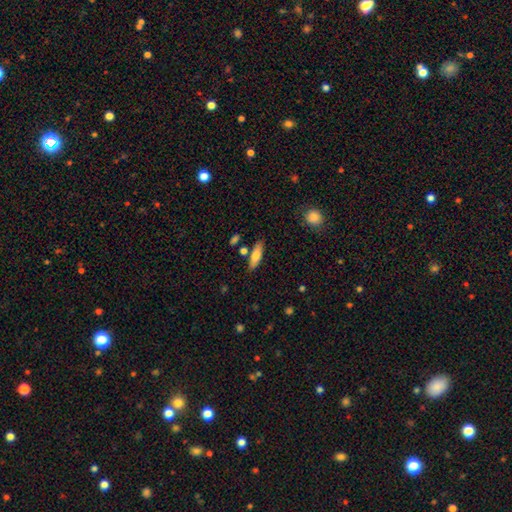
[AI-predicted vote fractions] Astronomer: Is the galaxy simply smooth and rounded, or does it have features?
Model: smooth — 74%.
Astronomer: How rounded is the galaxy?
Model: in between — 49% (runner-up: cigar-shaped, 48%).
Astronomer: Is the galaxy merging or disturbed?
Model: none — 78%.